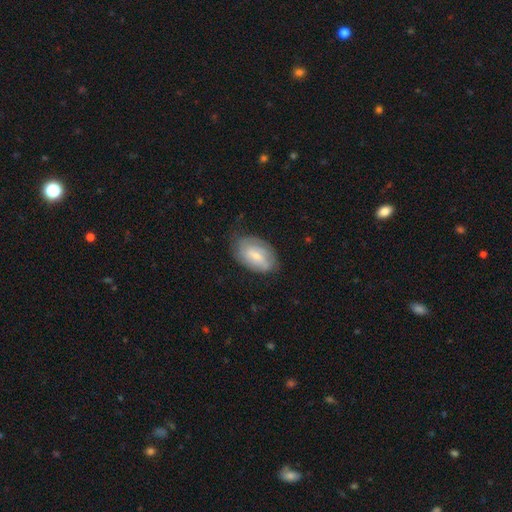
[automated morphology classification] Smooth or featured?
  - featured or disk: 59% *
  - smooth: 35%
  - star or artifact: 6%
Edge-on disk?
  - no: 95% *
  - yes: 5%
Bar?
  - weak: 50% *
  - no: 32%
  - strong: 18%
Spiral arms?
  - yes: 82% *
  - no: 18%
Bulge size?
  - small: 61% *
  - moderate: 33%
  - none: 3%
  - large: 2%
  - dominant: 1%
Merging?
  - none: 67% *
  - minor disturbance: 24%
  - major disturbance: 7%
  - merger: 1%